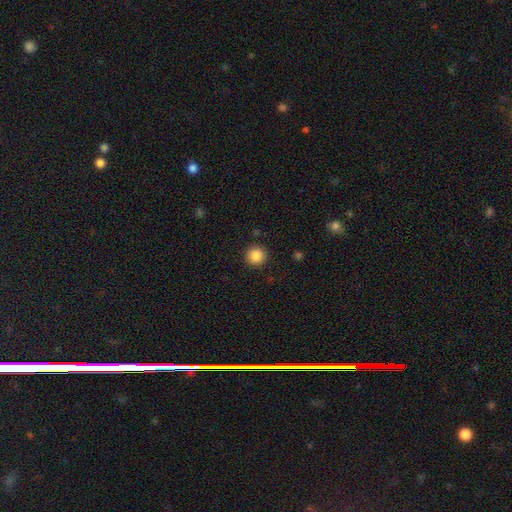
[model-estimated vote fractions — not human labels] smooth-or-featured: smooth: 87% | star or artifact: 10% | featured or disk: 3%
  how-rounded: round: 96% | in between: 3% | cigar-shaped: 1%
  merging: none: 92% | minor disturbance: 5% | major disturbance: 2% | merger: 1%